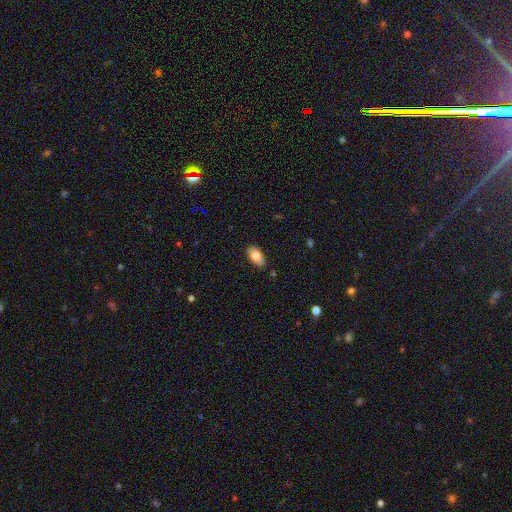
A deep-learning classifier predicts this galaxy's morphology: This appears to be a smooth galaxy with no disk features (79%) that is in between round and cigar-shaped (92%). Merging: none (78%).